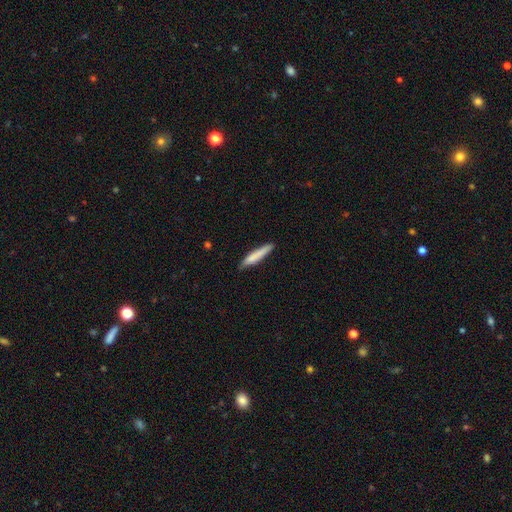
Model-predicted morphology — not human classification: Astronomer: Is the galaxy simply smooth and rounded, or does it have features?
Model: smooth — 76%.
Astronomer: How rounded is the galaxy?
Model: cigar-shaped — 90%.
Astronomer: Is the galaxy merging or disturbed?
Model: none — 80%.